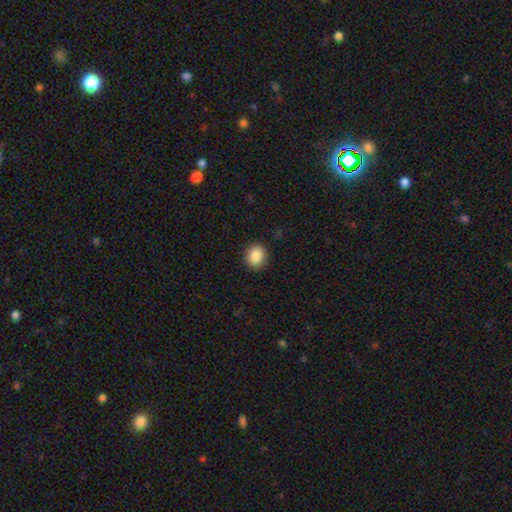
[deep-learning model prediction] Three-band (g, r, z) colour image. It shows a smooth galaxy with no disk features (88%) that is round (63%). Merging: none (90%).